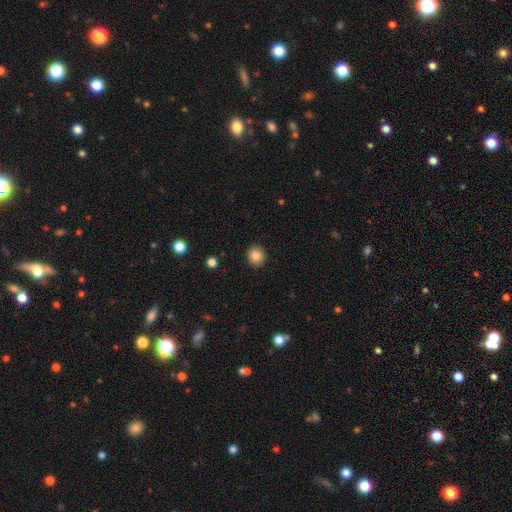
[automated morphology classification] This is clearly a smooth galaxy (83%). How rounded: clearly round (83%). Merging: clearly none (92%).